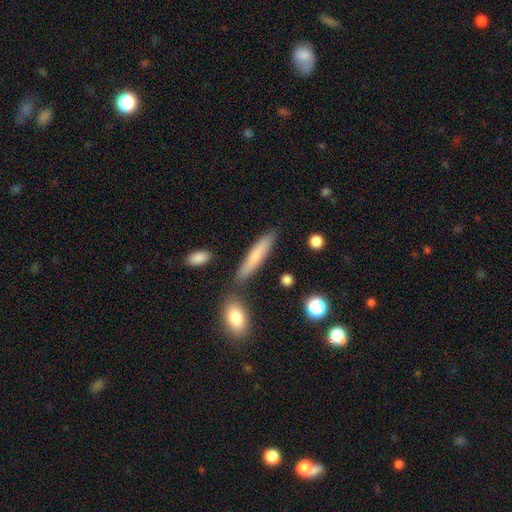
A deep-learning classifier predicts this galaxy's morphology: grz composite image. It shows a smooth galaxy with no disk features (70%) that is cigar-shaped (84%). Merging: none (78%).